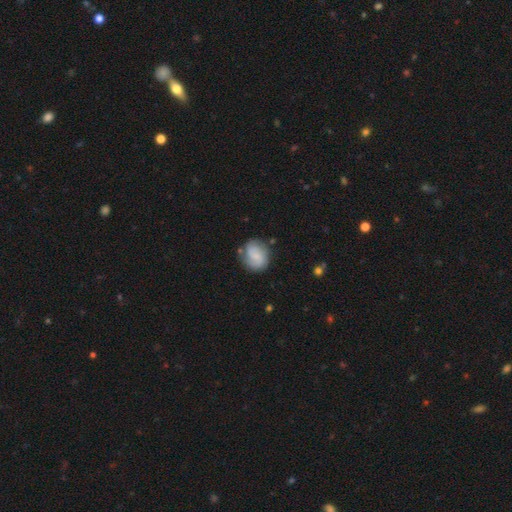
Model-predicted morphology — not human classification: smooth 50%, featured or disk 42%, star or artifact 8%. Down the decision tree: how rounded — round (63%); merging — none (70%).